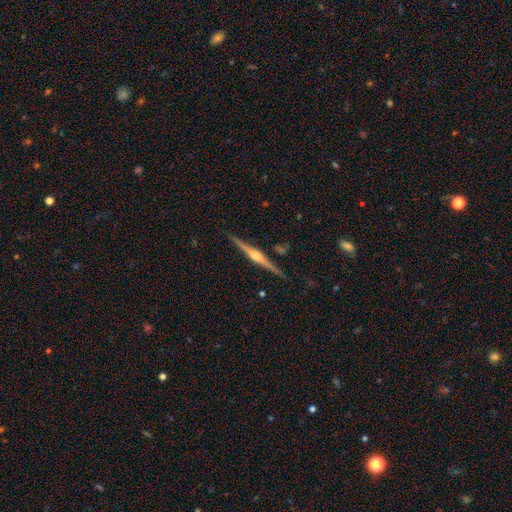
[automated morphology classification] smooth-or-featured: featured or disk: 85% | smooth: 10% | star or artifact: 5%
  disk-edge-on: yes: 99% | no: 1%
    edge-on-bulge: rounded: 88% | boxy: 9% | none: 4%
  merging: none: 90% | minor disturbance: 7% | major disturbance: 1% | merger: 1%